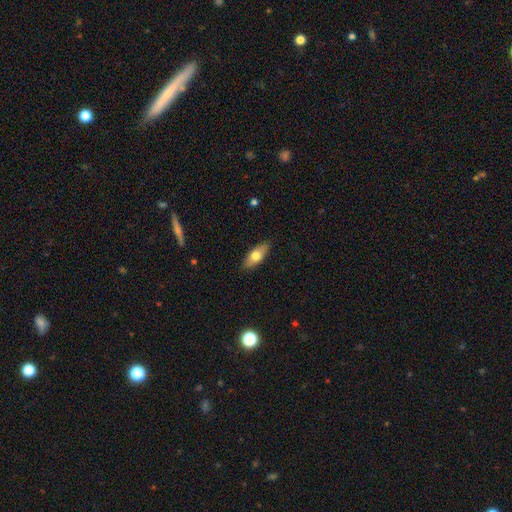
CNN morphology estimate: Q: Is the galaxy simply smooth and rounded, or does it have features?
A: smooth — 68%.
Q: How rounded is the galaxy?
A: in between — 75%.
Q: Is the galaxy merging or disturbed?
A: none — 87%.